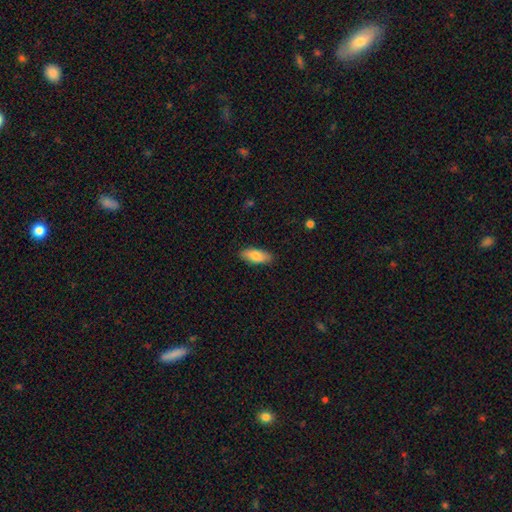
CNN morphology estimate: This appears to be a smooth galaxy with no disk features (82%) that is in between round and cigar-shaped (82%). Merging: none (88%).